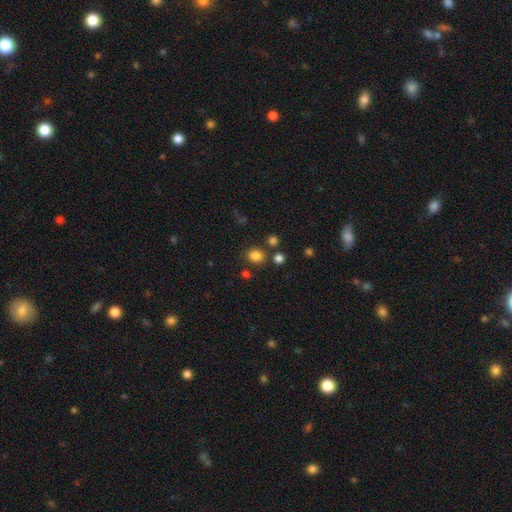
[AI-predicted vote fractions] A smooth galaxy with no disk features (82%) that is round (74%).

Vote fractions:
- Smooth or featured? smooth: 82% / star or artifact: 13% / featured or disk: 5%
- How rounded? round: 74% / in between: 25% / cigar-shaped: 1%
- Merging? none: 81% / minor disturbance: 9% / merger: 7% / major disturbance: 3%